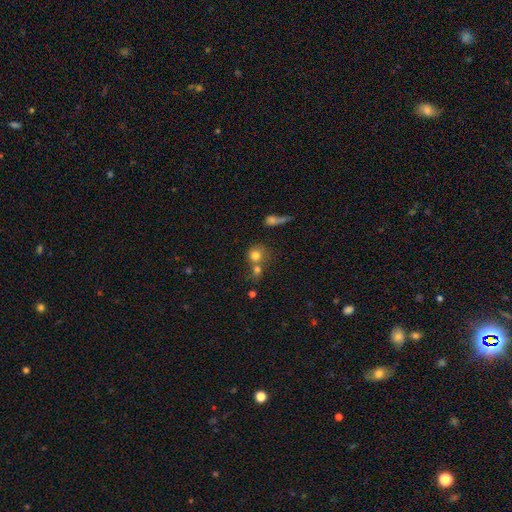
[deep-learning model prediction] Q: Smooth or featured?
A: smooth (75%); runner-up: featured or disk (13%)
Q: How rounded?
A: round (81%); runner-up: in between (18%)
Q: Merging?
A: merger (49%); runner-up: none (36%)